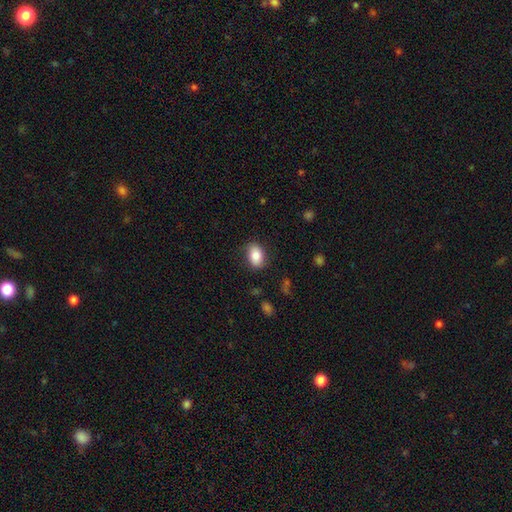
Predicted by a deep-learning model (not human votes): smooth_or_featured: smooth (p=0.83) [alt: featured or disk p=0.10]
how_rounded: in between (p=0.82) [alt: round p=0.16]
merging: none (p=0.83) [alt: minor disturbance p=0.12]